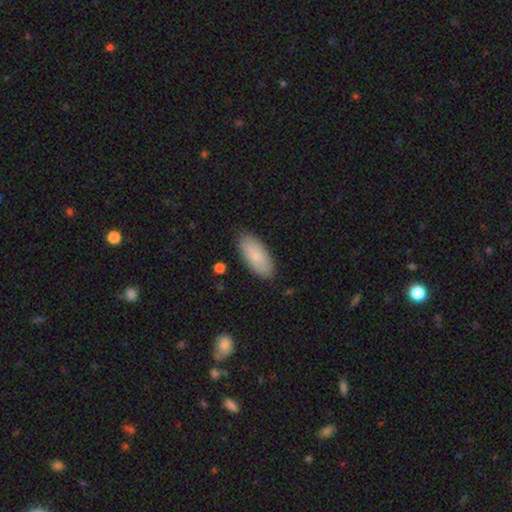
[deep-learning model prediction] Smooth or featured?
  - smooth: 82% *
  - featured or disk: 12%
  - star or artifact: 6%
How rounded?
  - in between: 88% *
  - cigar-shaped: 10%
  - round: 2%
Merging?
  - none: 86% *
  - minor disturbance: 11%
  - major disturbance: 2%
  - merger: 1%